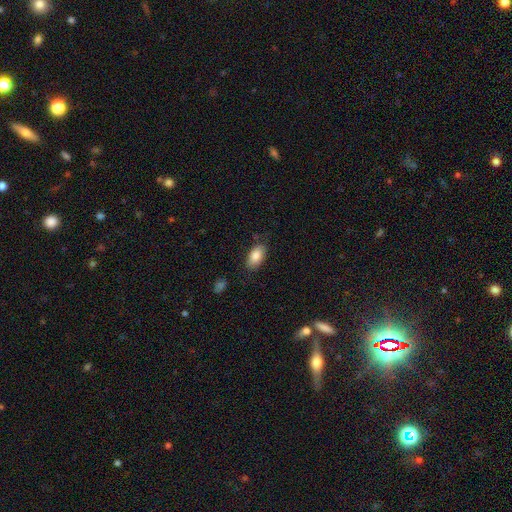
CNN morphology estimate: This appears to be a smooth galaxy with no disk features (84%) that is in between round and cigar-shaped (93%). Merging: none (77%).